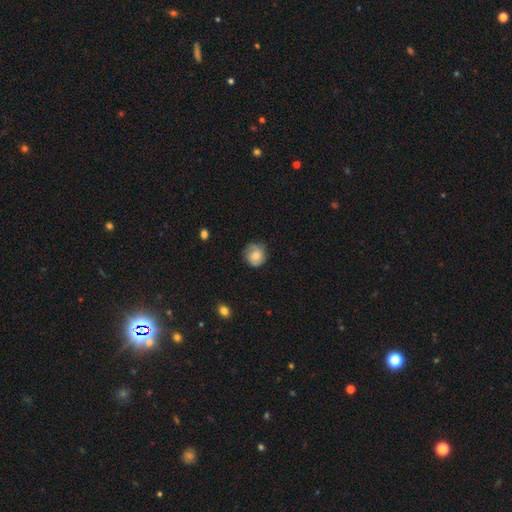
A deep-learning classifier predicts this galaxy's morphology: A smooth galaxy with no disk features (65%) that is round (88%). Merging: none (74%).